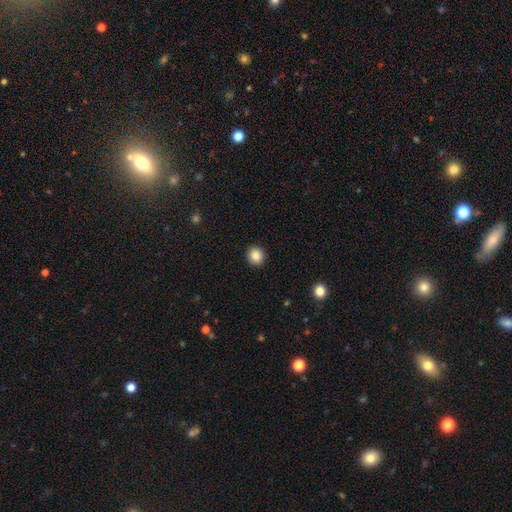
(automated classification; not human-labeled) Smooth or featured? Predicted: smooth (p=0.86). How rounded? Predicted: round (p=0.86). Merging? Predicted: none (p=0.92).